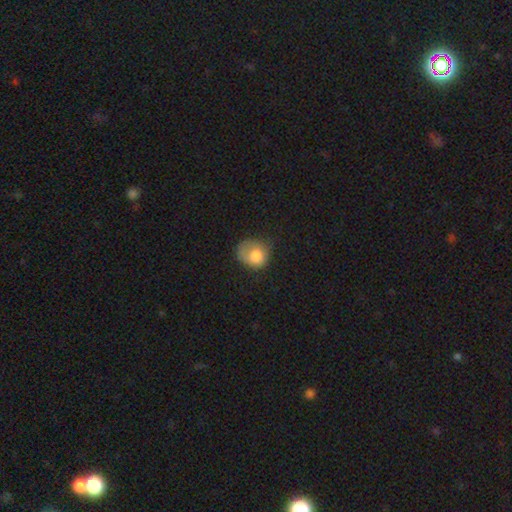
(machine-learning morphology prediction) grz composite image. It shows a smooth galaxy with no disk features (77%) that is round (67%). Merging: none (38%).